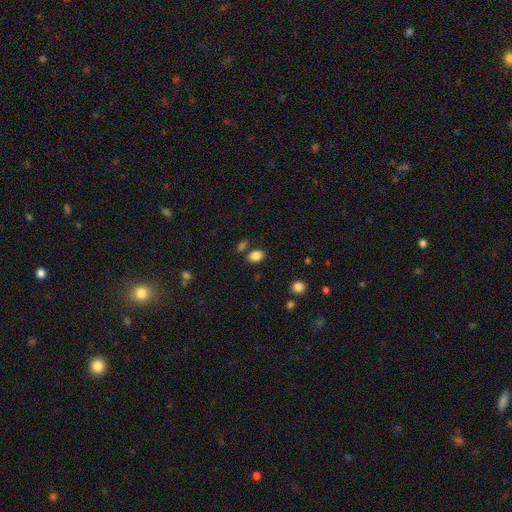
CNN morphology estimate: Smooth or featured? Predicted: smooth (p=0.85). How rounded? Predicted: in between (p=0.74). Merging? Predicted: none (p=0.76).